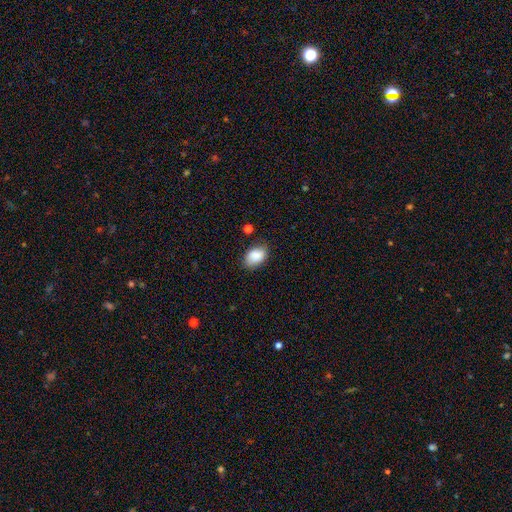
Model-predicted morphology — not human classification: This is clearly a smooth galaxy (86%). How rounded: clearly in between (87%). Merging: likely none (77%).